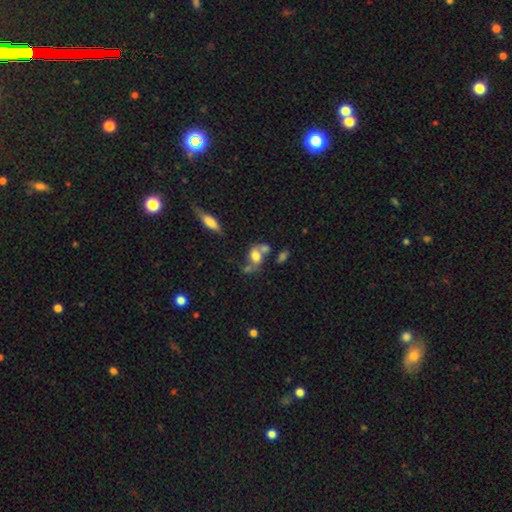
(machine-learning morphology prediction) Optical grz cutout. It shows a smooth galaxy with no disk features (62%) that is in between round and cigar-shaped (73%). Merging: merger (37%).